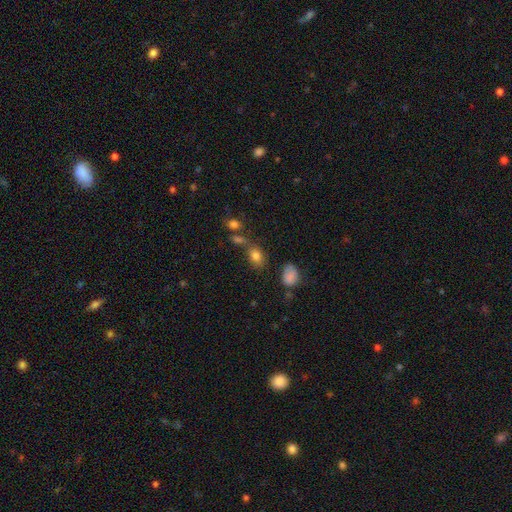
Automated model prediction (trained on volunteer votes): Smooth or featured? smooth (80%)
How rounded? in between (74%)
Merging? none (54%)